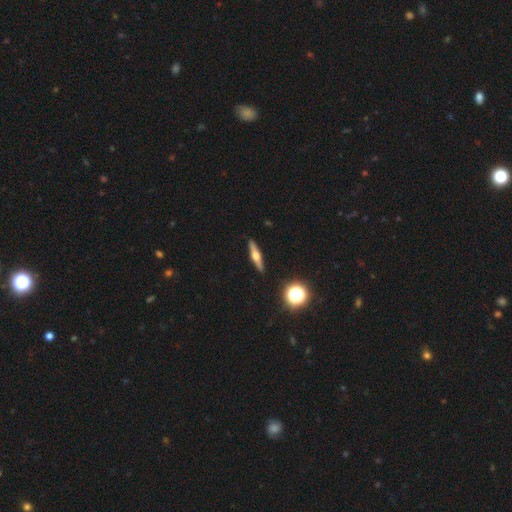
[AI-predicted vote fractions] This is likely a featured or disk galaxy (65%). It is clearly viewed edge-on (96%). Edge-on bulge: clearly rounded (93%). Merging: clearly none (91%).